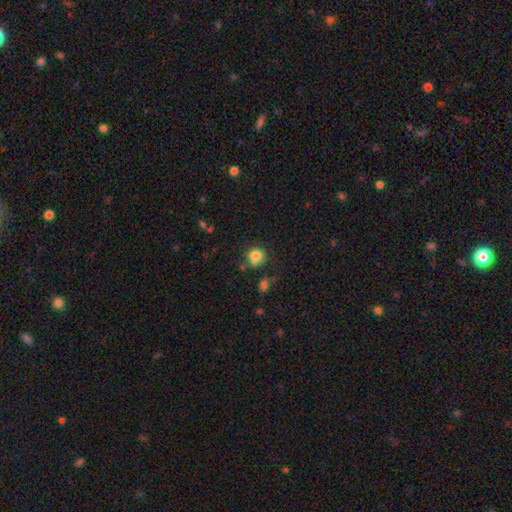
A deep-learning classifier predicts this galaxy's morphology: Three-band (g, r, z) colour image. It shows a smooth galaxy with no disk features (80%) that is round (77%). Merging: none (56%).